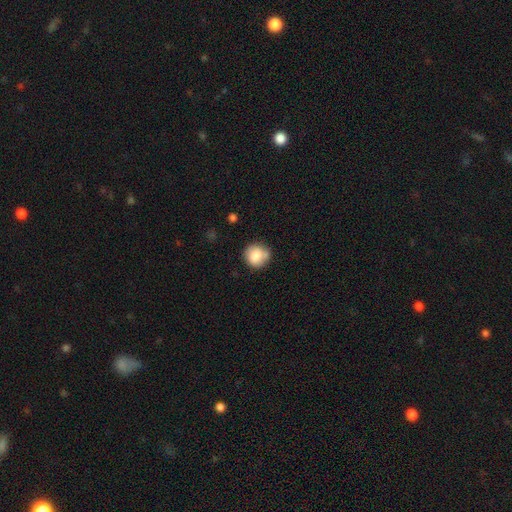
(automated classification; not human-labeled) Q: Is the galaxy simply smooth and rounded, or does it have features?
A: smooth — 81%.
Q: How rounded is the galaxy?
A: round — 90%.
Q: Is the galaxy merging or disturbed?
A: none — 70%.